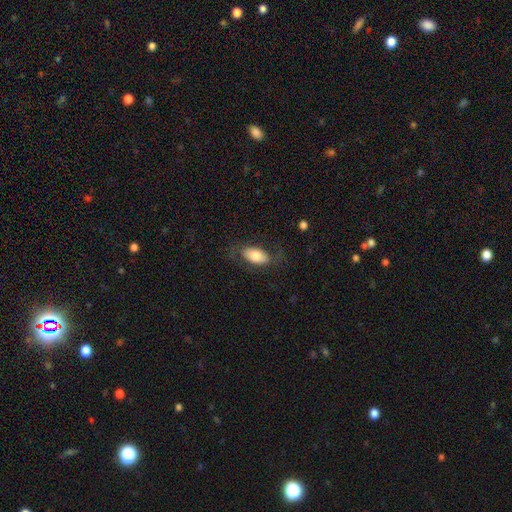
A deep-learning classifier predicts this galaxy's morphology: A smooth galaxy with no disk features (69%) that is in between round and cigar-shaped (92%).

Vote fractions:
- Smooth or featured? smooth: 69% / featured or disk: 25% / star or artifact: 6%
- How rounded? in between: 92% / cigar-shaped: 5% / round: 4%
- Merging? none: 70% / minor disturbance: 17% / major disturbance: 12% / merger: 1%